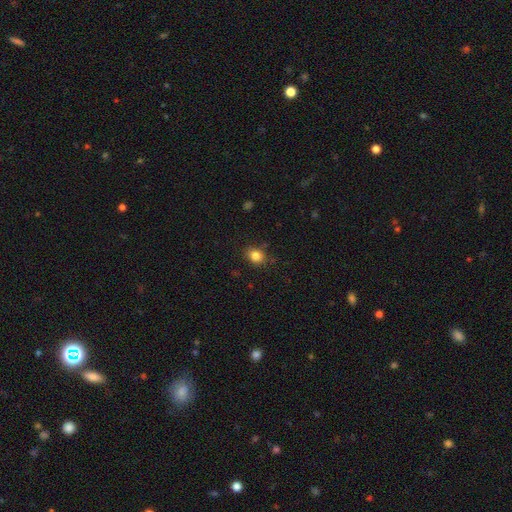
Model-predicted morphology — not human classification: Smooth or featured?
  - smooth: 83% *
  - star or artifact: 11%
  - featured or disk: 6%
How rounded?
  - round: 51% *
  - in between: 48%
  - cigar-shaped: 1%
Merging?
  - none: 84% *
  - minor disturbance: 12%
  - major disturbance: 3%
  - merger: 2%